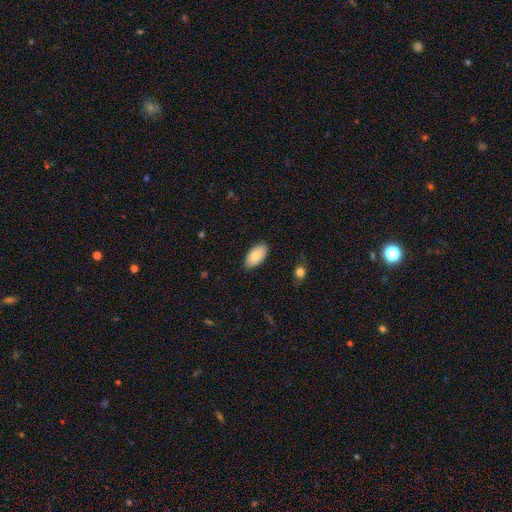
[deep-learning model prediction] smooth 83%, featured or disk 11%, star or artifact 6%. Down the decision tree: how rounded — in between (95%); merging — none (85%).